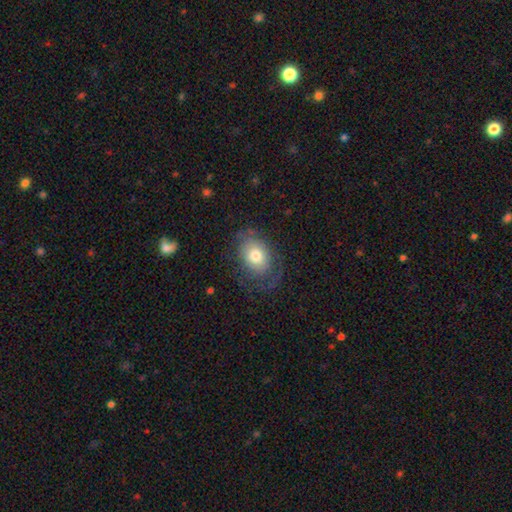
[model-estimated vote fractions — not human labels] Overall: smooth (60%; featured or disk 32%). How rounded: in between (66%; round 33%). Merging: none (59%; minor disturbance 22%).